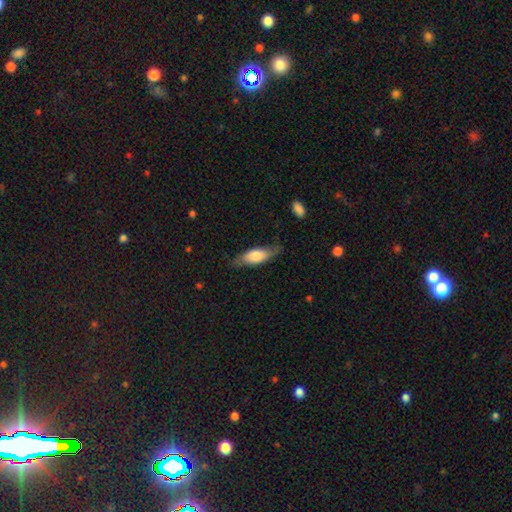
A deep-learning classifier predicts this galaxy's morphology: Smooth or featured? smooth (64%)
How rounded? in between (65%)
Merging? none (73%)